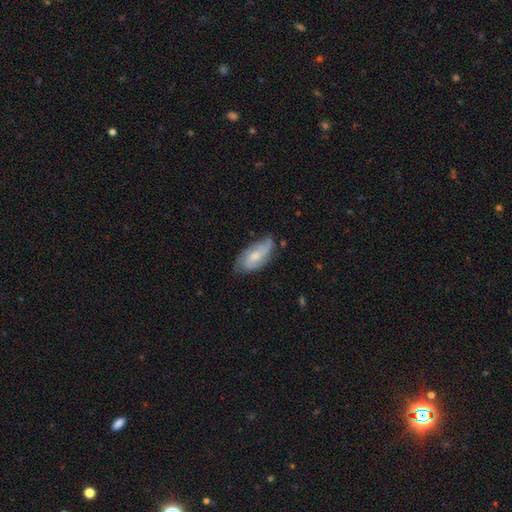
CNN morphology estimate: smooth_or_featured: featured or disk (p=0.64) [alt: smooth p=0.30]
disk_edge_on: no (p=0.93) [alt: yes p=0.07]
bar: no (p=0.60) [alt: weak p=0.34]
has_spiral_arms: yes (p=0.92) [alt: no p=0.08]
spiral_winding: medium (p=0.43) [alt: tight p=0.37]
spiral_arm_count: 2 (p=0.45) [alt: can't tell p=0.24]
bulge_size: moderate (p=0.48) [alt: small p=0.37]
merging: none (p=0.69) [alt: minor disturbance p=0.24]